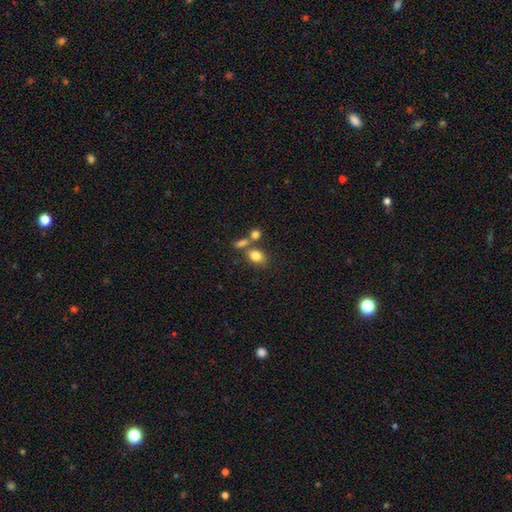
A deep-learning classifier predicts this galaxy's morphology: smooth-or-featured: smooth: 81% | star or artifact: 10% | featured or disk: 9%
  how-rounded: in between: 68% | round: 31% | cigar-shaped: 2%
  merging: none: 55% | merger: 29% | minor disturbance: 12% | major disturbance: 5%